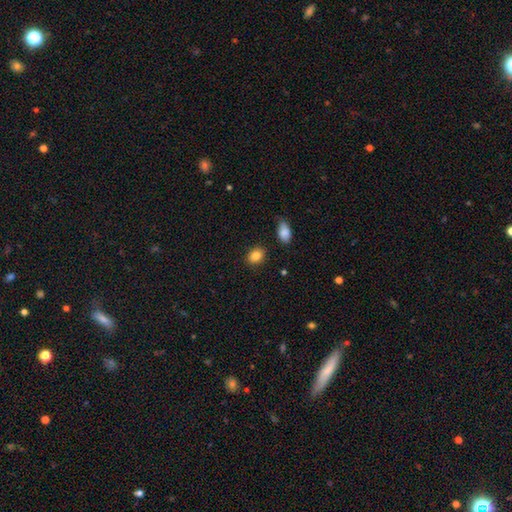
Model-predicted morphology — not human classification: Smooth or featured? Predicted: smooth (p=0.85). How rounded? Predicted: in between (p=0.58). Merging? Predicted: none (p=0.86).